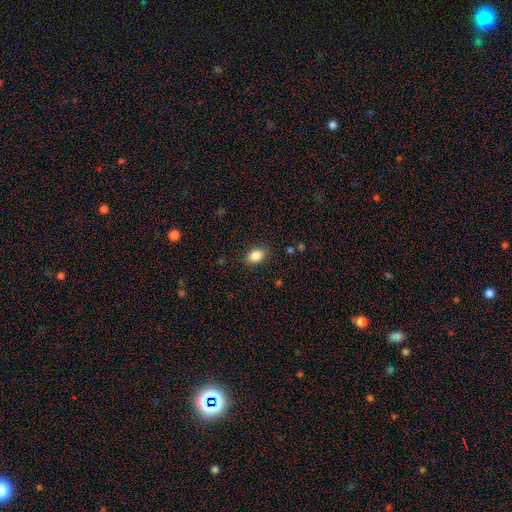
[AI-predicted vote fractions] smooth_or_featured: smooth (p=0.86) [alt: star or artifact p=0.09]
how_rounded: in between (p=0.81) [alt: round p=0.18]
merging: none (p=0.87) [alt: minor disturbance p=0.10]